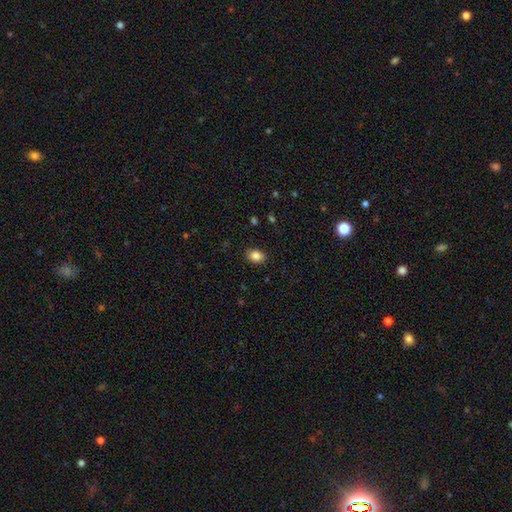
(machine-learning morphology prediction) Smooth or featured? smooth (85%)
How rounded? in between (72%)
Merging? none (88%)